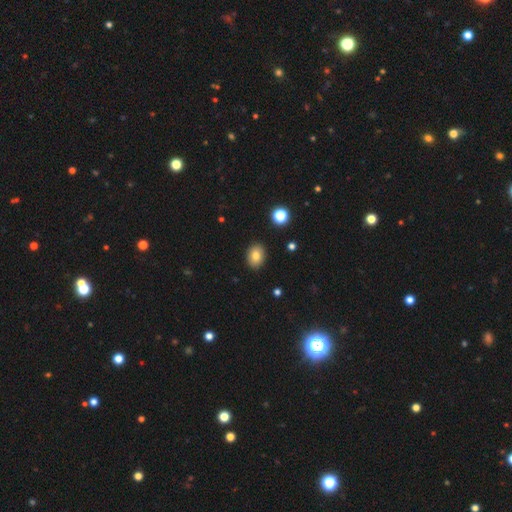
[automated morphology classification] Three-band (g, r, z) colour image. It shows a smooth galaxy with no disk features (80%) that is in between round and cigar-shaped (64%). Merging: none (90%).